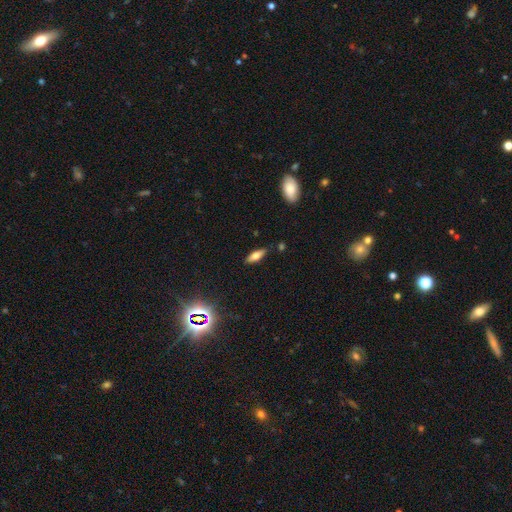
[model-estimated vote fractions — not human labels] Smooth or featured? smooth (60%)
How rounded? in between (57%)
Merging? none (84%)